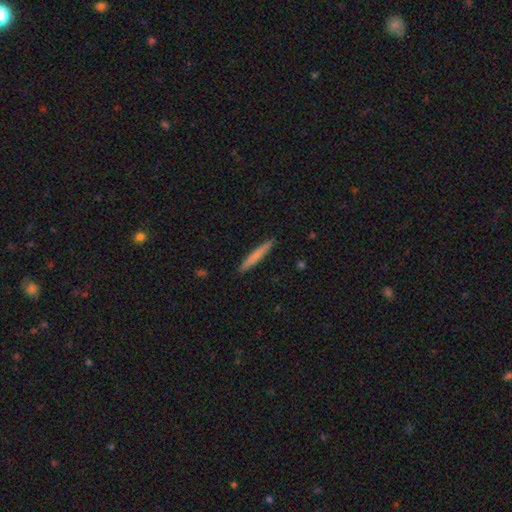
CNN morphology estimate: Smooth or featured? smooth (72%)
How rounded? cigar-shaped (96%)
Merging? none (92%)